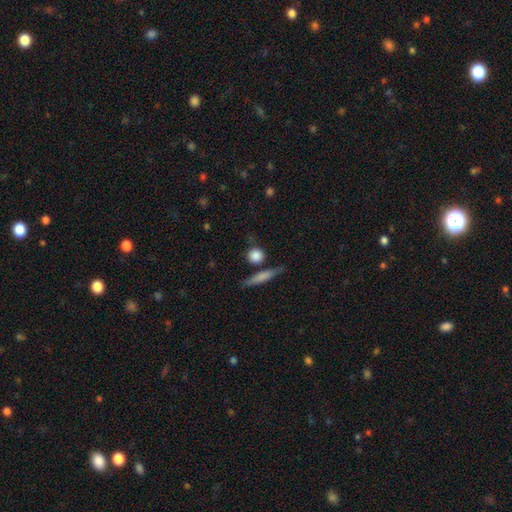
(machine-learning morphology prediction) smooth_or_featured: smooth (p=0.80) [alt: featured or disk p=0.12]
how_rounded: round (p=0.81) [alt: in between p=0.11]
merging: none (p=0.73) [alt: minor disturbance p=0.13]